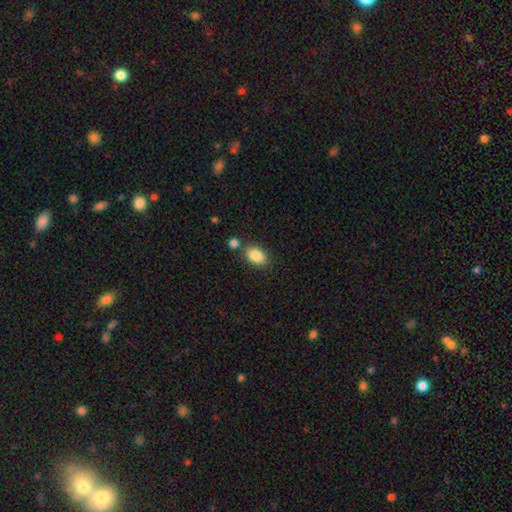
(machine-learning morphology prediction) This appears to be a smooth galaxy with no disk features (87%) that is in between round and cigar-shaped (86%). Merging: none (72%).